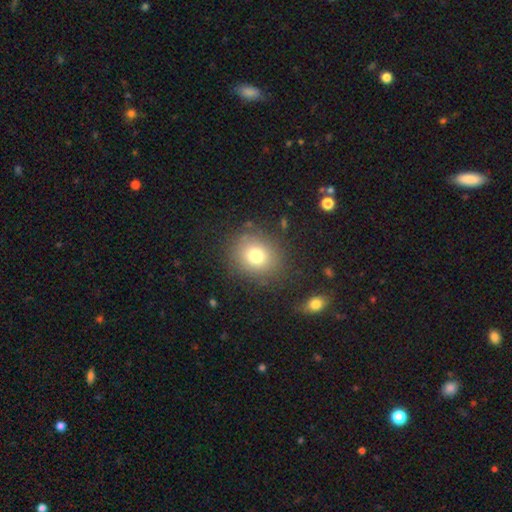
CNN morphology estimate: A smooth galaxy with no disk features (75%) that is round (77%).

Vote fractions:
- Smooth or featured? smooth: 75% / star or artifact: 13% / featured or disk: 11%
- How rounded? round: 77% / in between: 22% / cigar-shaped: 1%
- Merging? none: 83% / minor disturbance: 10% / major disturbance: 5% / merger: 2%